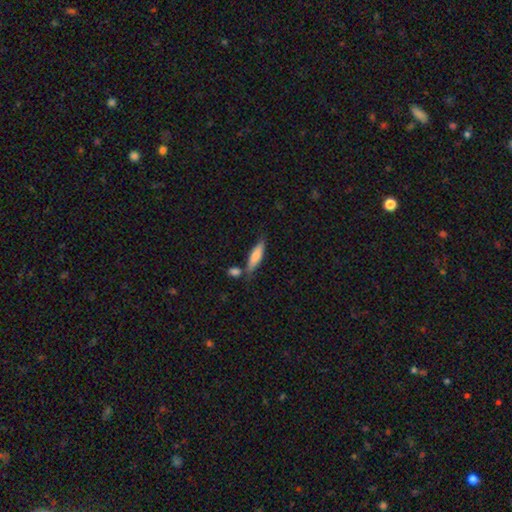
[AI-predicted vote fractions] smooth_or_featured: smooth (p=0.70) [alt: featured or disk p=0.24]
how_rounded: cigar-shaped (p=0.64) [alt: in between p=0.34]
merging: none (p=0.67) [alt: minor disturbance p=0.16]